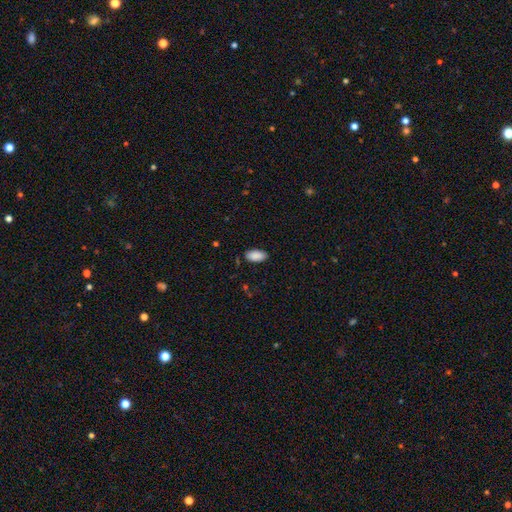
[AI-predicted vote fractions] smooth 89%, star or artifact 7%, featured or disk 4%. Down the decision tree: how rounded — in between (94%); merging — none (84%).